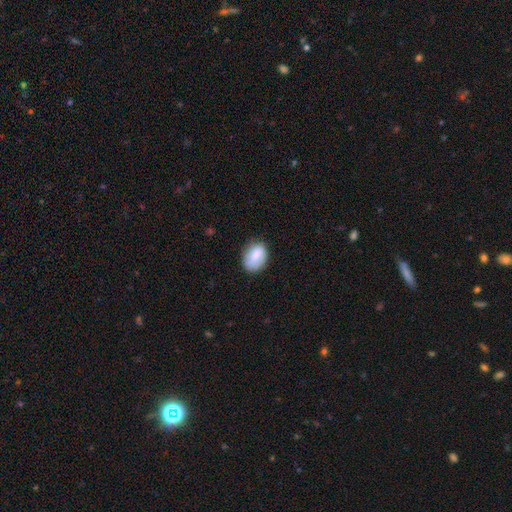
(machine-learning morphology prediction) smooth-or-featured: smooth: 77% | featured or disk: 16% | star or artifact: 7%
  how-rounded: in between: 75% | round: 24% | cigar-shaped: 1%
  merging: none: 74% | minor disturbance: 20% | major disturbance: 5% | merger: 1%